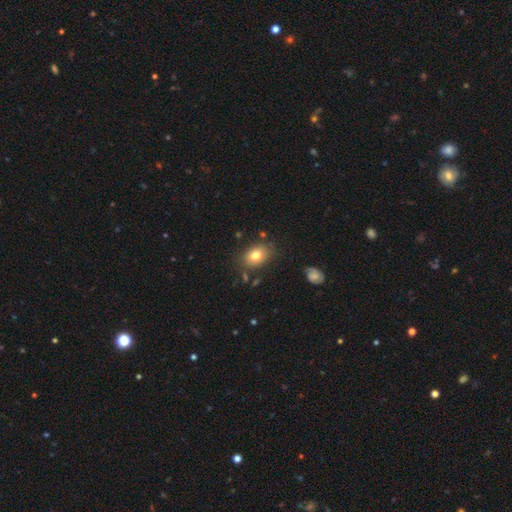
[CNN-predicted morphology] type=smooth (77%); roundness=in between (77%); merging=none (78%).